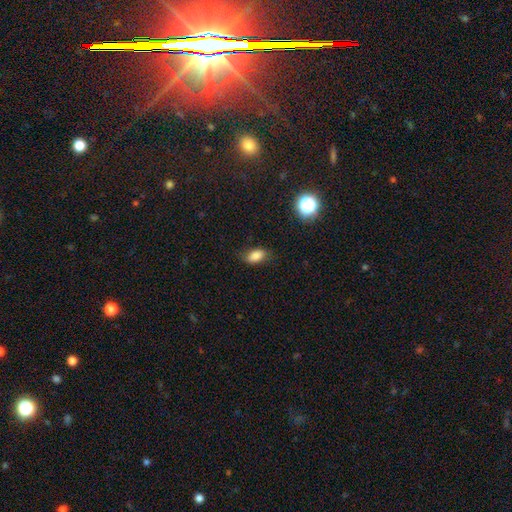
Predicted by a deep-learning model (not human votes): A smooth galaxy with no disk features (82%) that is in between round and cigar-shaped (88%).

Vote fractions:
- Smooth or featured? smooth: 82% / star or artifact: 10% / featured or disk: 8%
- How rounded? in between: 88% / round: 8% / cigar-shaped: 4%
- Merging? none: 76% / minor disturbance: 18% / major disturbance: 5% / merger: 1%